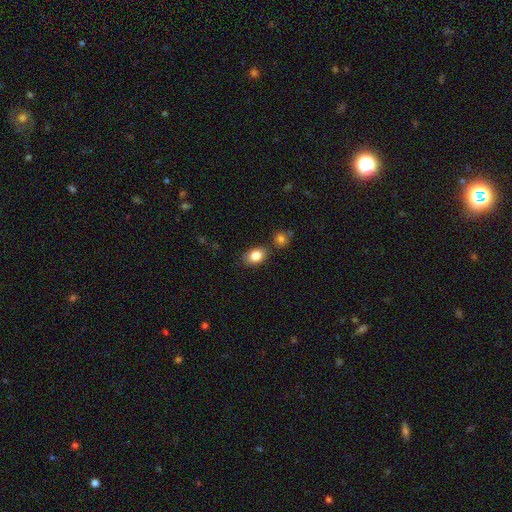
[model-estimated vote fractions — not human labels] Smooth or featured: smooth — 84% (star or artifact — 9%)
How rounded: in between — 78% (round — 20%)
Merging: none — 76% (minor disturbance — 12%)